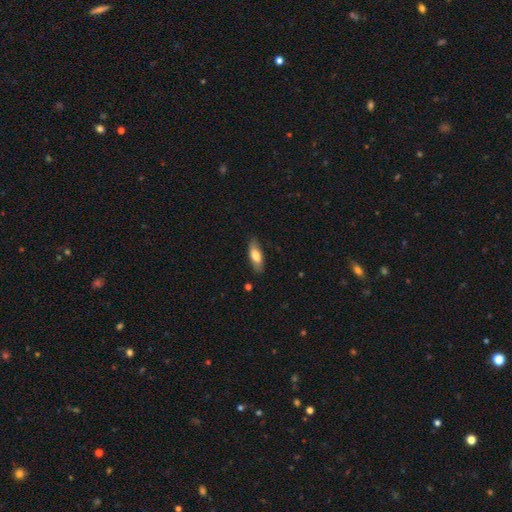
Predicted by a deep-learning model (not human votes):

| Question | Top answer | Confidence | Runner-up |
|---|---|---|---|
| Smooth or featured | smooth | 72% | featured or disk (22%) |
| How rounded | in between | 68% | cigar-shaped (30%) |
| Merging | none | 81% | minor disturbance (15%) |